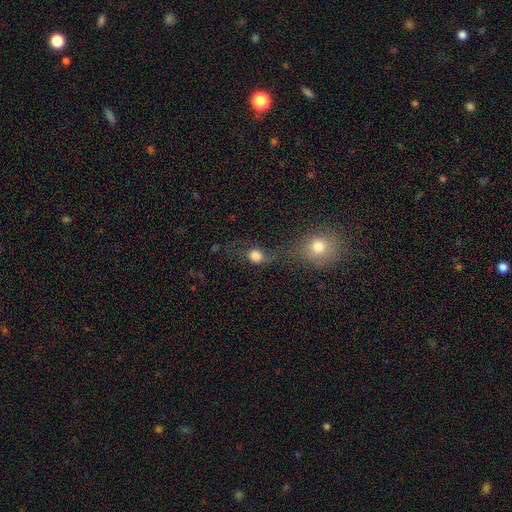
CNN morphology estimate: type=smooth (75%); roundness=round (71%); merging=merger (49%).